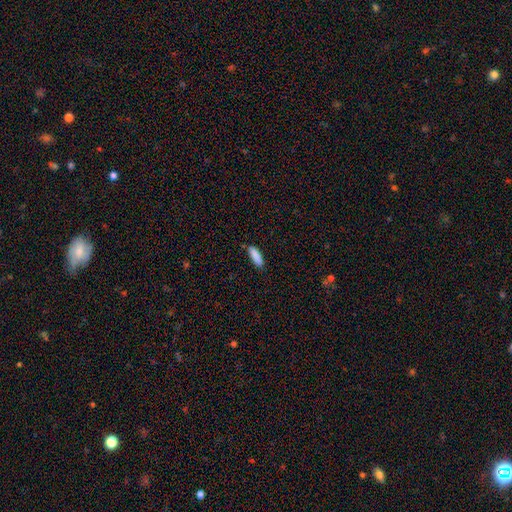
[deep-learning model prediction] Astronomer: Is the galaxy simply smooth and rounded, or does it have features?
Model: smooth — 88%.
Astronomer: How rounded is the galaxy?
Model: cigar-shaped — 50% (runner-up: in between, 49%).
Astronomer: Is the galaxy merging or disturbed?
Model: none — 83%.